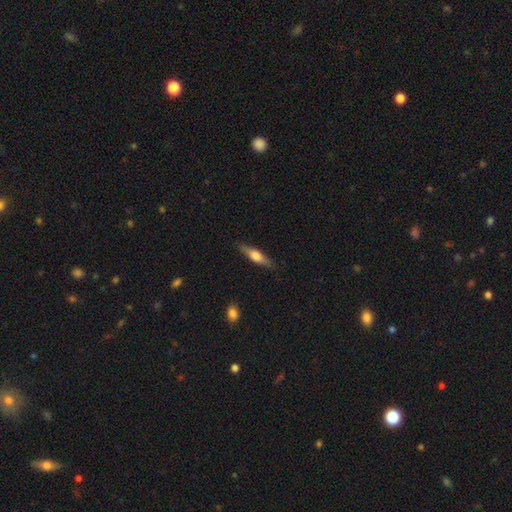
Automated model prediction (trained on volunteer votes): Overall: featured or disk (48%; smooth 46%). Merging: none (86%).